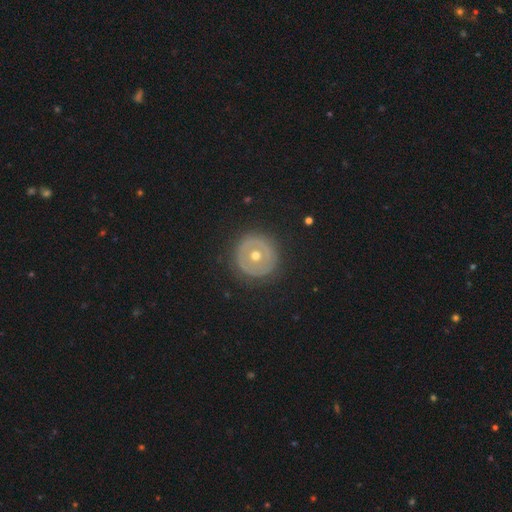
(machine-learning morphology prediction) The model was most divided on "smooth or featured": featured or disk: 51%, smooth: 42%, star or artifact: 8%. More confident: edge-on disk — no (94%); merging — none (88%).